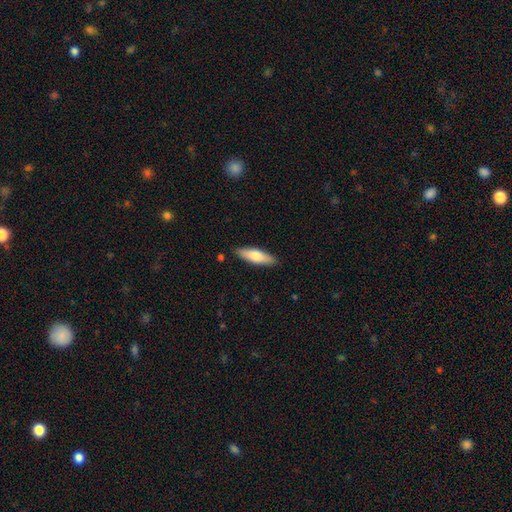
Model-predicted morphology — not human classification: The model was most divided on "how rounded": cigar-shaped: 51%, in between: 47%, round: 2%. More confident: merging — none (87%); smooth or featured — smooth (71%).